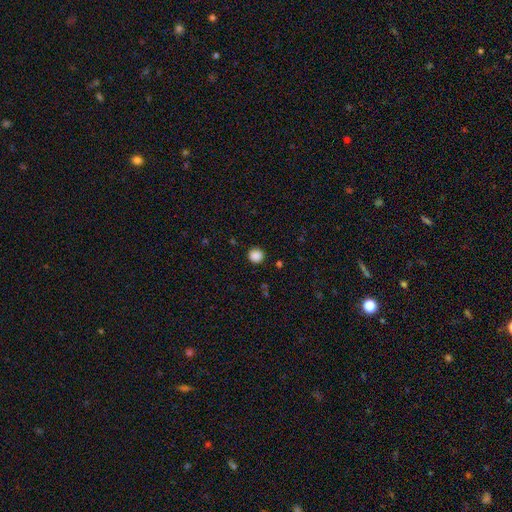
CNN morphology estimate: Smooth or featured?
  - smooth: 87% *
  - star or artifact: 10%
  - featured or disk: 3%
How rounded?
  - round: 93% *
  - in between: 6%
  - cigar-shaped: 1%
Merging?
  - none: 90% *
  - minor disturbance: 6%
  - major disturbance: 2%
  - merger: 1%